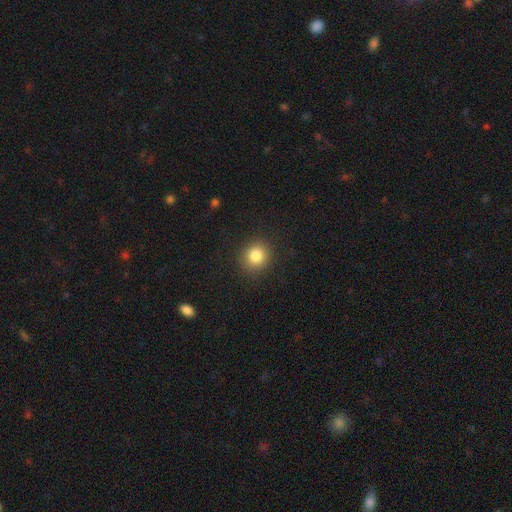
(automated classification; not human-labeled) This appears to be a smooth galaxy with no disk features (83%) that is round (84%). Merging: none (89%).